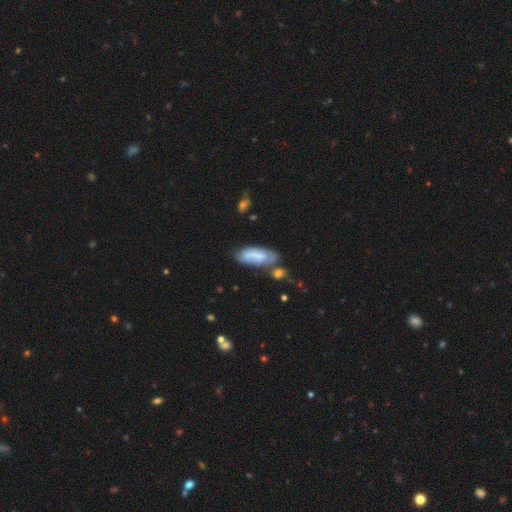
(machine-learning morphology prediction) A smooth galaxy with no disk features (57%) that is in between round and cigar-shaped (76%). Merging: none (47%).